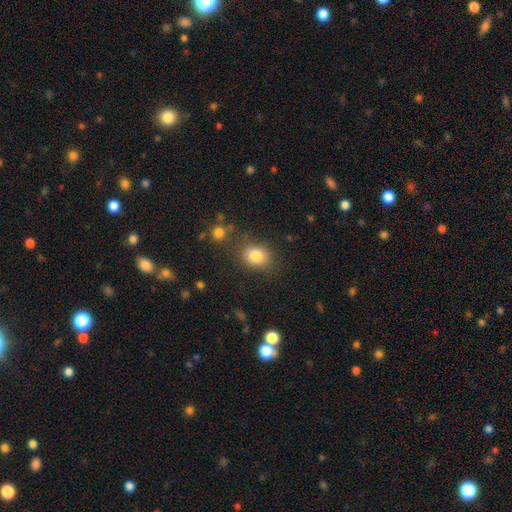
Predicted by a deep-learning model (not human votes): smooth_or_featured: smooth (p=0.82) [alt: star or artifact p=0.10]
how_rounded: in between (p=0.53) [alt: round p=0.46]
merging: none (p=0.75) [alt: minor disturbance p=0.14]